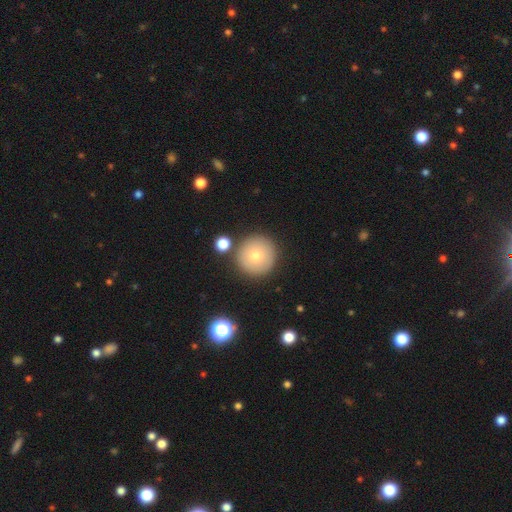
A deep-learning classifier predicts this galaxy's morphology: Q: Smooth or featured?
A: smooth (77%); runner-up: featured or disk (14%)
Q: How rounded?
A: round (95%); runner-up: in between (4%)
Q: Merging?
A: none (84%); runner-up: minor disturbance (8%)